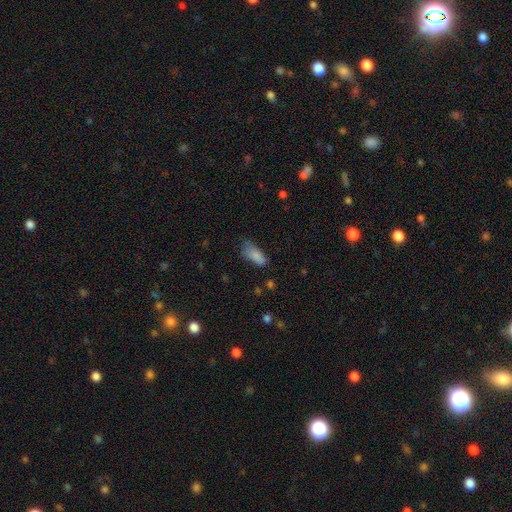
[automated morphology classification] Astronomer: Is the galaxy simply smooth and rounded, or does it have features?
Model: smooth — 82%.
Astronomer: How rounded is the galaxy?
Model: in between — 83%.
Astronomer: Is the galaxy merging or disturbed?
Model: none — 47% (runner-up: minor disturbance, 37%).